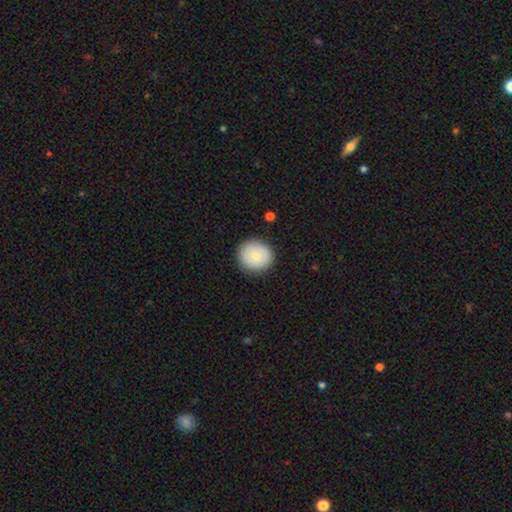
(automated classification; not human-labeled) This appears to be a smooth galaxy with no disk features (70%) that is round (87%). Merging: none (88%).